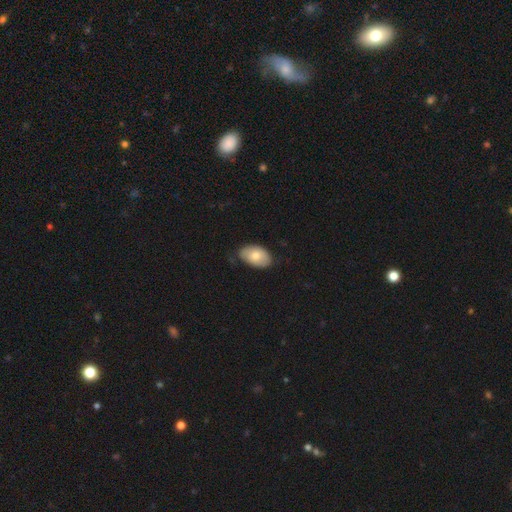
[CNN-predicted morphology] Overall: smooth (76%). How rounded: in between (91%). Merging: none (67%).